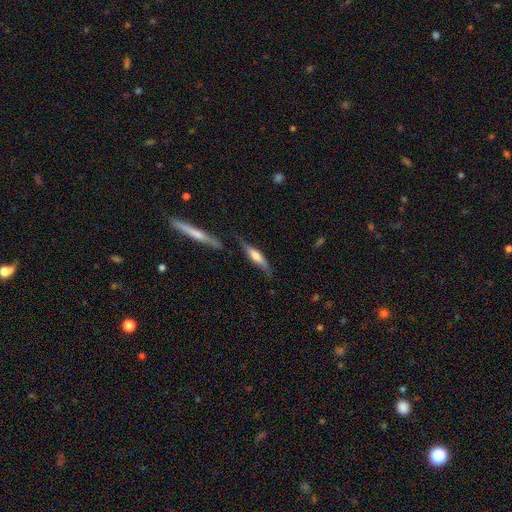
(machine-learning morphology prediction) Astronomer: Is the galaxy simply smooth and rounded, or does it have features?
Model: smooth — 48% (runner-up: featured or disk, 46%).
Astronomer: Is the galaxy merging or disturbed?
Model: none — 55%.